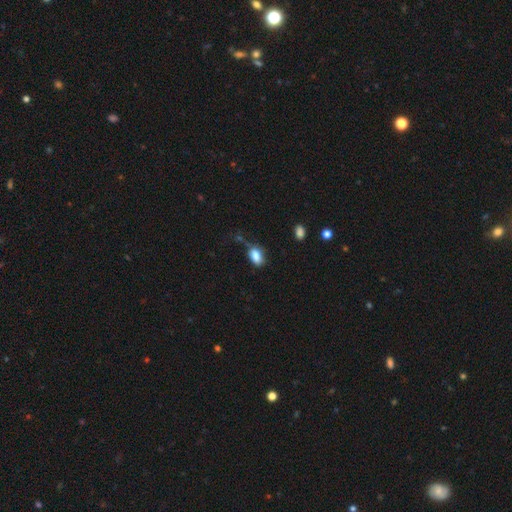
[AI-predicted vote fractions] This appears to be a smooth galaxy with no disk features (83%) that is in between round and cigar-shaped (88%). Merging: none (50%).